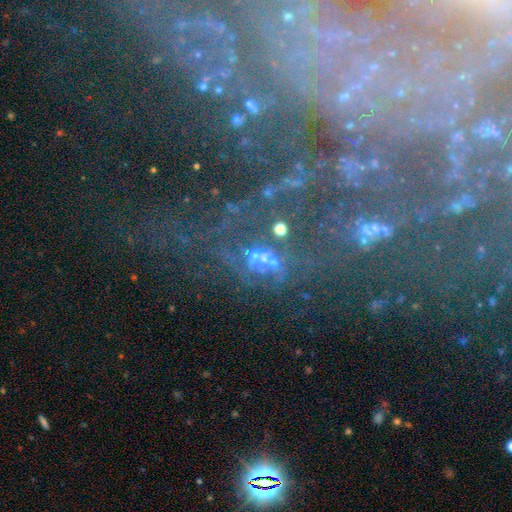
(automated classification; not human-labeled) Smooth or featured?
  - star or artifact: 39% *
  - featured or disk: 37%
  - smooth: 23%